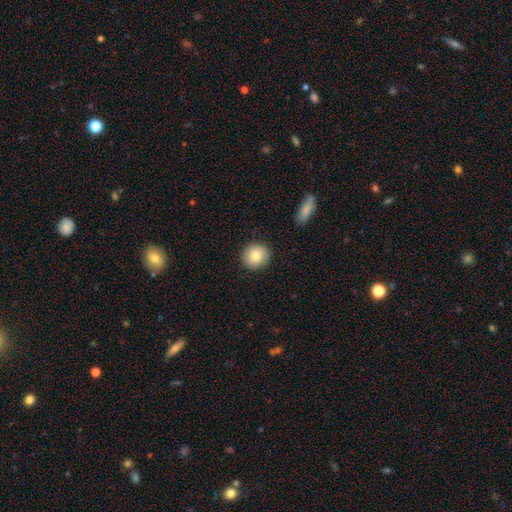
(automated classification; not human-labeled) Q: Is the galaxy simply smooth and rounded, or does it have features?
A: smooth — 84%.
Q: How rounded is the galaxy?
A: round — 91%.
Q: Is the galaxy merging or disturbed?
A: none — 90%.